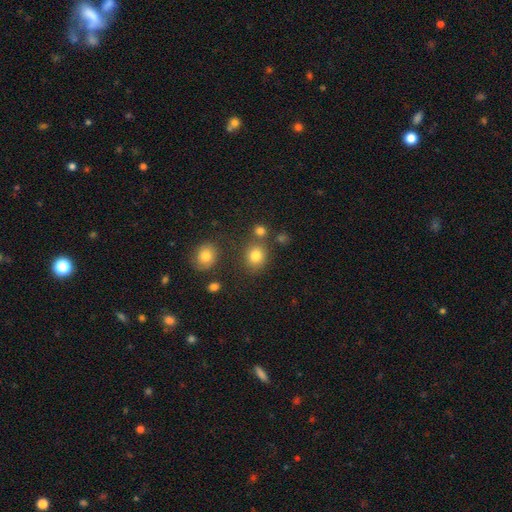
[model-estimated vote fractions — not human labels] This appears to be a smooth galaxy with no disk features (81%) that is round (77%). Merging: none (75%).